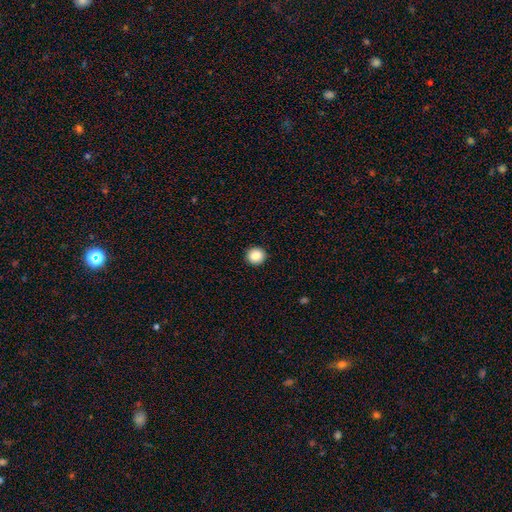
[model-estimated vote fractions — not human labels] A smooth galaxy with no disk features (87%) that is round (91%).

Vote fractions:
- Smooth or featured? smooth: 87% / star or artifact: 9% / featured or disk: 4%
- How rounded? round: 91% / in between: 8% / cigar-shaped: 1%
- Merging? none: 92% / minor disturbance: 5% / major disturbance: 2% / merger: 1%